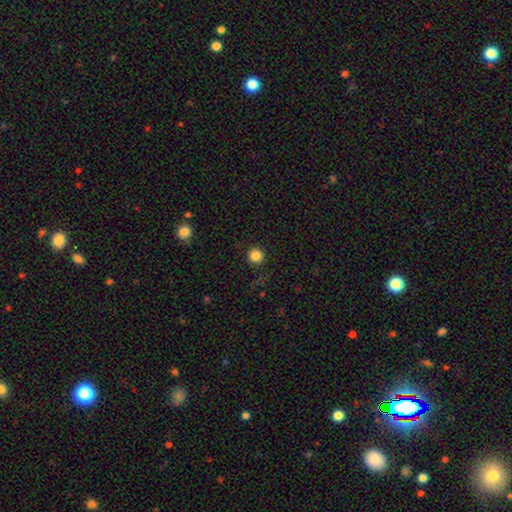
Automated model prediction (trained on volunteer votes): This is clearly a smooth galaxy (84%). How rounded: clearly round (96%). Merging: clearly none (90%).